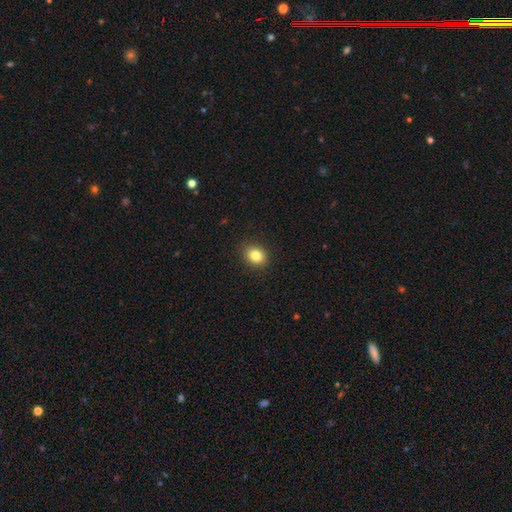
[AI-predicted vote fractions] smooth_or_featured: smooth (p=0.83) [alt: star or artifact p=0.10]
how_rounded: round (p=0.56) [alt: in between p=0.44]
merging: none (p=0.90) [alt: minor disturbance p=0.07]